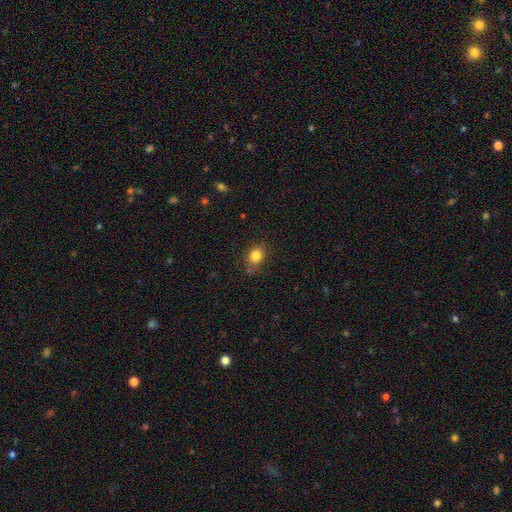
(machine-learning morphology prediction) Smooth or featured? smooth (82%)
How rounded? round (54%)
Merging? none (77%)